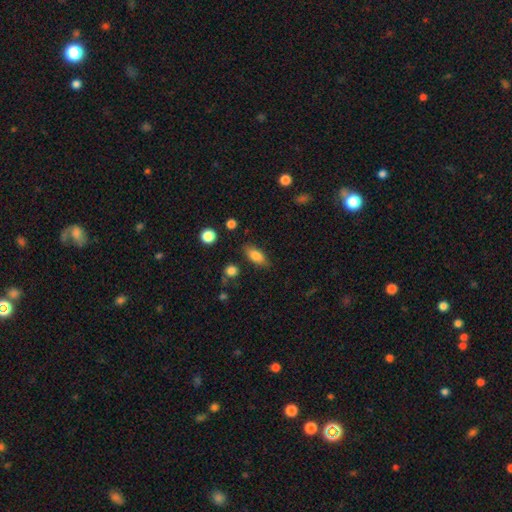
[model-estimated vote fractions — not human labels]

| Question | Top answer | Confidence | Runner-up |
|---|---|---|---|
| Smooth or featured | smooth | 81% | featured or disk (11%) |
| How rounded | in between | 83% | cigar-shaped (11%) |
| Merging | none | 80% | minor disturbance (14%) |